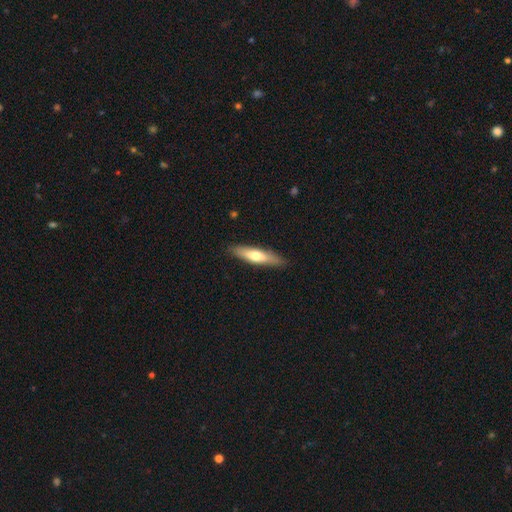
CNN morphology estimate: smooth 57%, featured or disk 37%, star or artifact 5%. Down the decision tree: how rounded — cigar-shaped (76%); merging — none (87%).